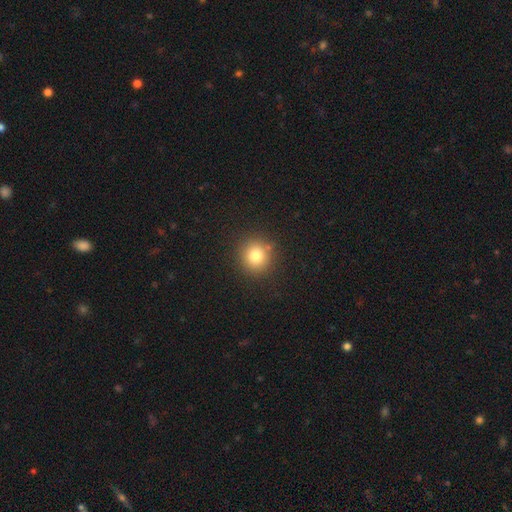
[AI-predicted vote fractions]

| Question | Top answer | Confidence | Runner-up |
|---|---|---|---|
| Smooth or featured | smooth | 79% | star or artifact (13%) |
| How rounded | round | 91% | in between (8%) |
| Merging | none | 88% | minor disturbance (8%) |